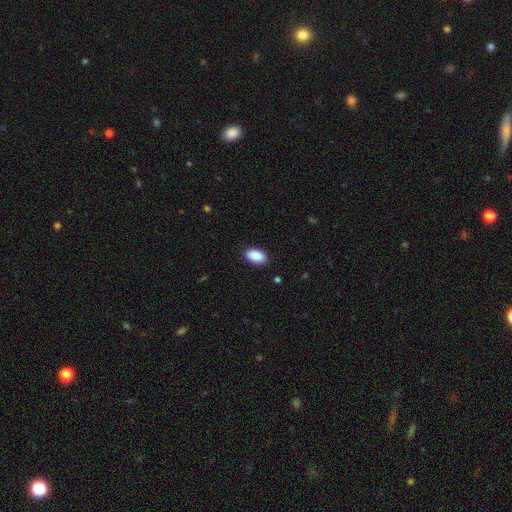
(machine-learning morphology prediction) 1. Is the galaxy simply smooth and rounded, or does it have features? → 90% smooth, 7% star or artifact, 3% featured or disk.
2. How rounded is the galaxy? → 94% in between, 5% round, 2% cigar-shaped.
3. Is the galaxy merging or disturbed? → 88% none, 9% minor disturbance, 2% major disturbance, 1% merger.